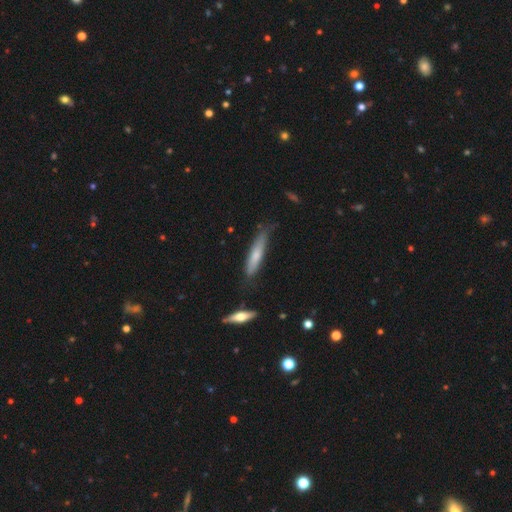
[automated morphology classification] Overall: smooth (65%; featured or disk 29%). How rounded: cigar-shaped (87%). Merging: none (67%).